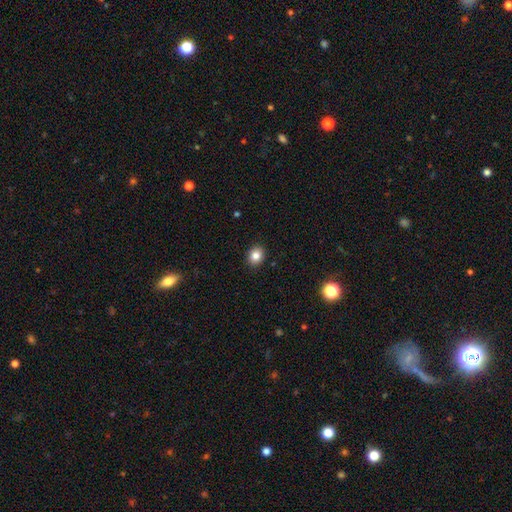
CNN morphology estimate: Q: Smooth or featured?
A: smooth (83%); runner-up: star or artifact (10%)
Q: How rounded?
A: round (58%); runner-up: in between (42%)
Q: Merging?
A: none (90%); runner-up: minor disturbance (7%)